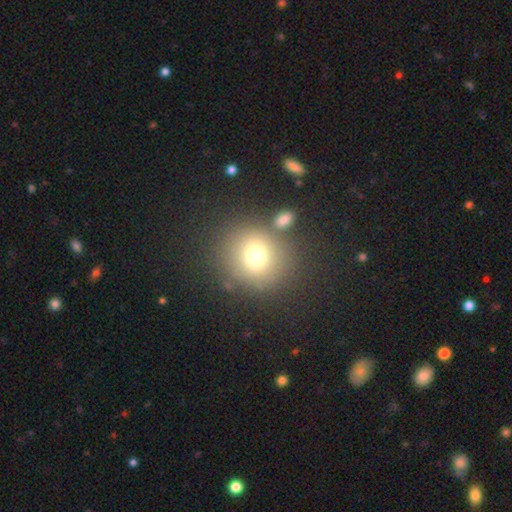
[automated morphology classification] type=smooth (72%); roundness=round (86%); merging=none (75%).